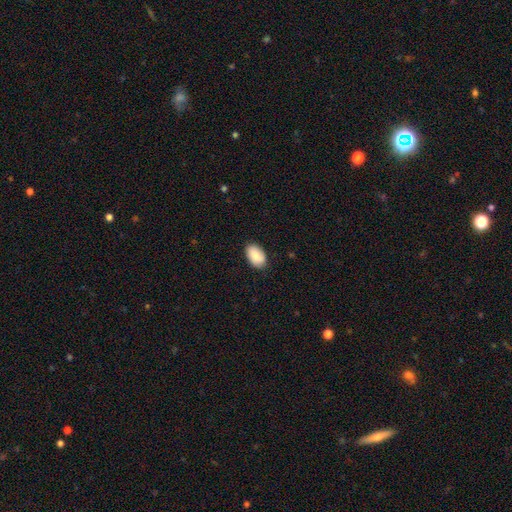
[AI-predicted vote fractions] A smooth galaxy with no disk features (87%) that is in between round and cigar-shaped (93%).

Vote fractions:
- Smooth or featured? smooth: 87% / featured or disk: 7% / star or artifact: 6%
- How rounded? in between: 93% / round: 6% / cigar-shaped: 1%
- Merging? none: 86% / minor disturbance: 11% / major disturbance: 2% / merger: 1%